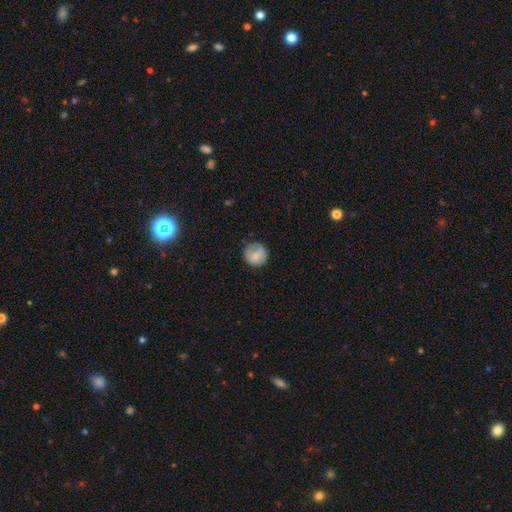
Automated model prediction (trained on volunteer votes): A smooth galaxy with no disk features (76%) that is round (90%). Merging: none (70%).